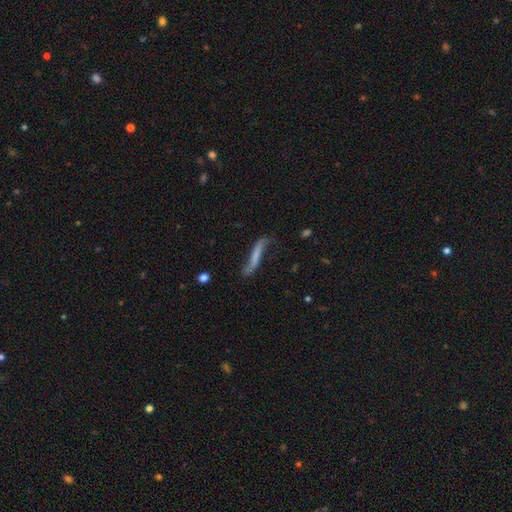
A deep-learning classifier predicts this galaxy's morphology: This appears to be a featured or disk galaxy (46%, tied with smooth). Merging: none (52%).